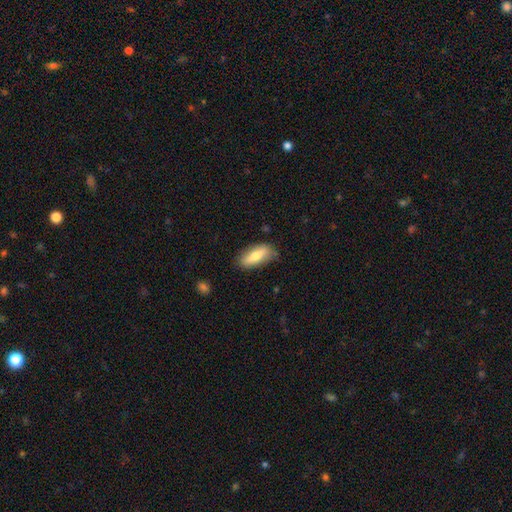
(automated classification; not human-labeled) This is likely a smooth galaxy (70%). How rounded: likely in between (76%). Merging: likely none (79%).